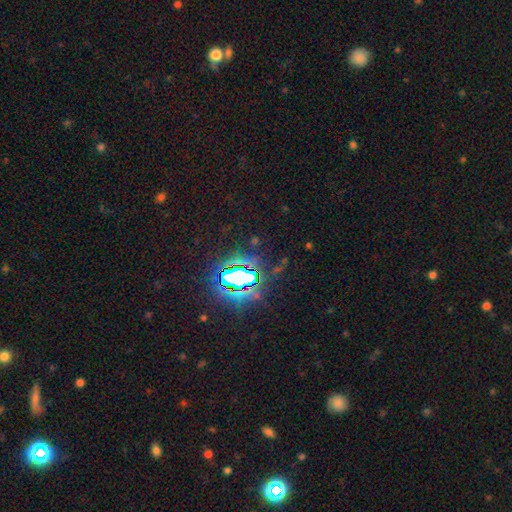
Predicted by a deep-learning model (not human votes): Morphology: type=star or artifact (82%).